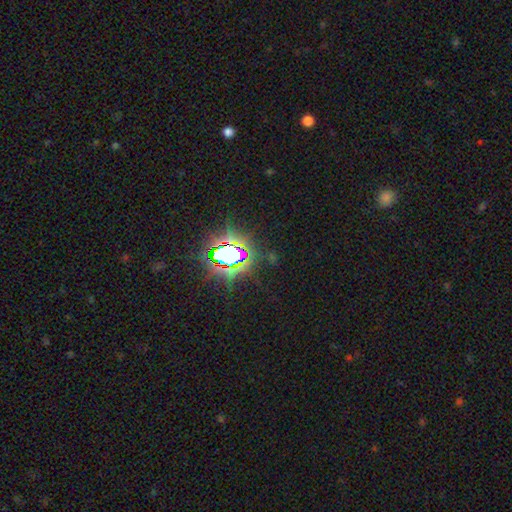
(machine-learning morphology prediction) Smooth or featured: star or artifact — 81% (smooth — 12%)